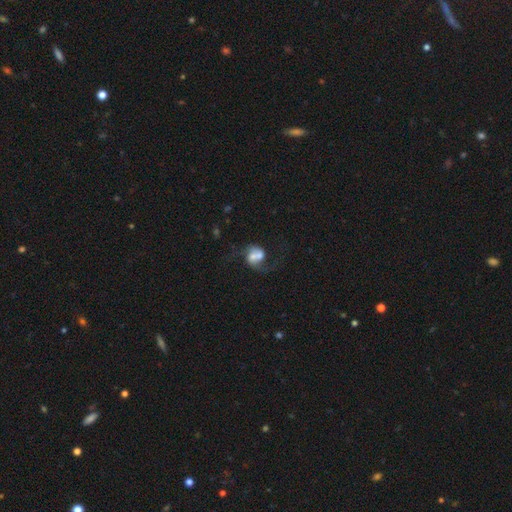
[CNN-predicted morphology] Overall: featured or disk (56%; smooth 34%). Edge-on disk: no (97%). Bar: no (58%; weak 30%). Spiral arms: yes (77%). Bulge size: moderate (39%; small 24%). Merging: merger (45%; none 27%).